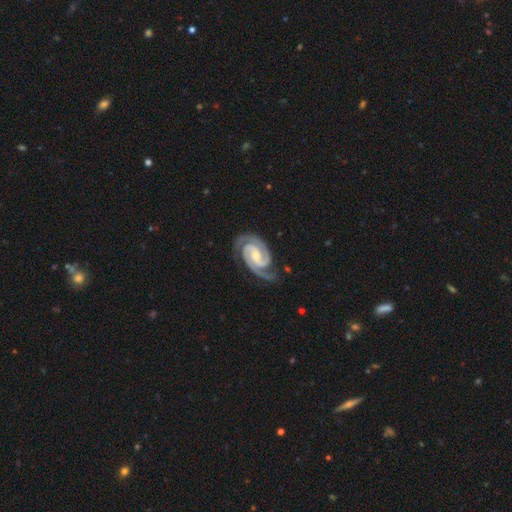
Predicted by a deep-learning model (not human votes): Morphology: type=featured or disk (94%); edge-on=no (98%); bar=weak (42%); spiral arms=yes (99%); winding=tight (62%); arm count=2 (89%); bulge=small (59%); merging=none (78%).